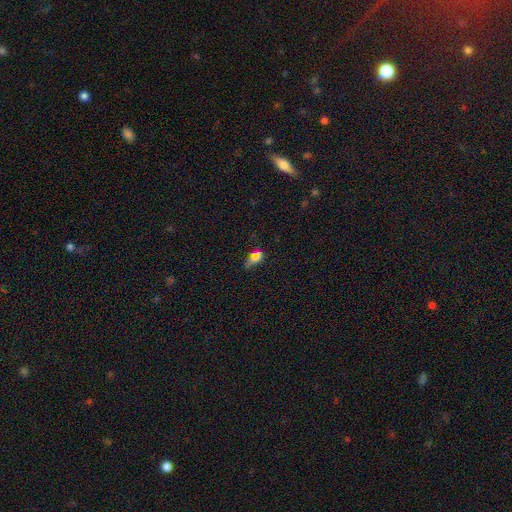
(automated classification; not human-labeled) A smooth galaxy with no disk features (52%) that is in between round and cigar-shaped (77%). Merging: none (58%).